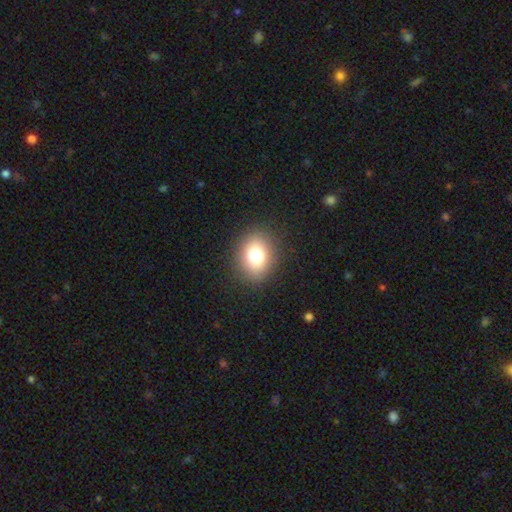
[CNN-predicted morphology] Smooth or featured? Predicted: smooth (p=0.77). How rounded? Predicted: in between (p=0.50). Merging? Predicted: none (p=0.88).